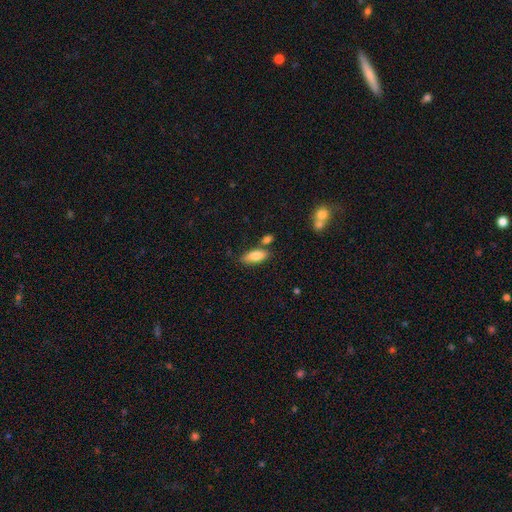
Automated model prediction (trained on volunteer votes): This appears to be a smooth galaxy with no disk features (82%) that is in between round and cigar-shaped (79%). Merging: none (70%).